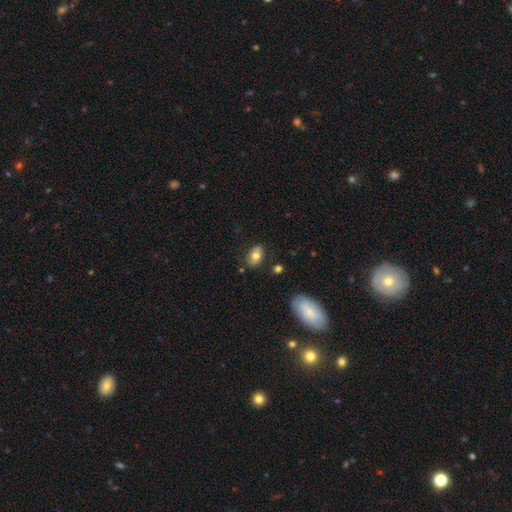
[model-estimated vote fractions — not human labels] Smooth or featured?
  - smooth: 73% *
  - featured or disk: 19%
  - star or artifact: 8%
How rounded?
  - in between: 85% *
  - round: 13%
  - cigar-shaped: 2%
Merging?
  - none: 81% *
  - minor disturbance: 14%
  - major disturbance: 3%
  - merger: 3%